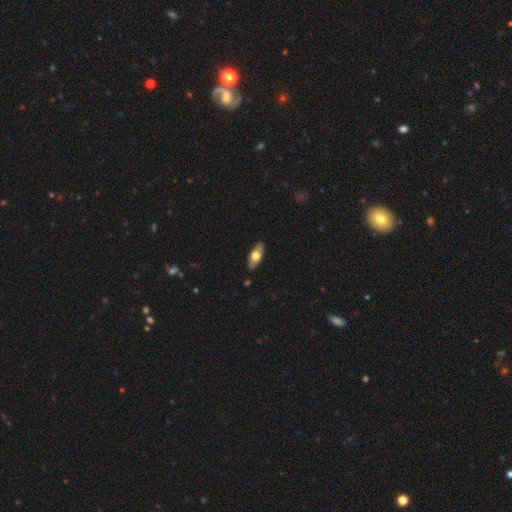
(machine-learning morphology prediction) Q: Smooth or featured?
A: smooth (57%); runner-up: featured or disk (38%)
Q: How rounded?
A: in between (73%); runner-up: cigar-shaped (24%)
Q: Merging?
A: none (88%); runner-up: minor disturbance (9%)